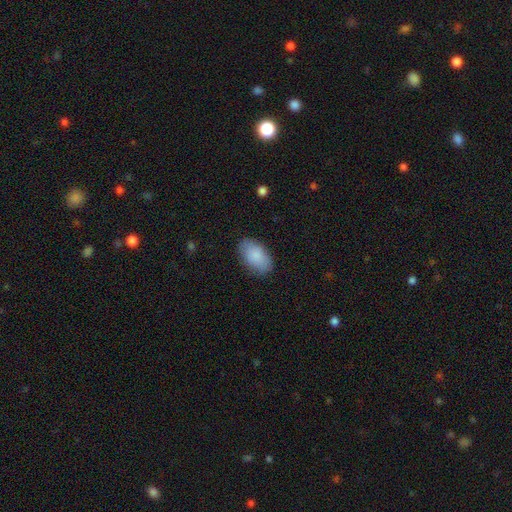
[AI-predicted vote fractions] Overall: smooth (87%). How rounded: in between (94%). Merging: none (83%).